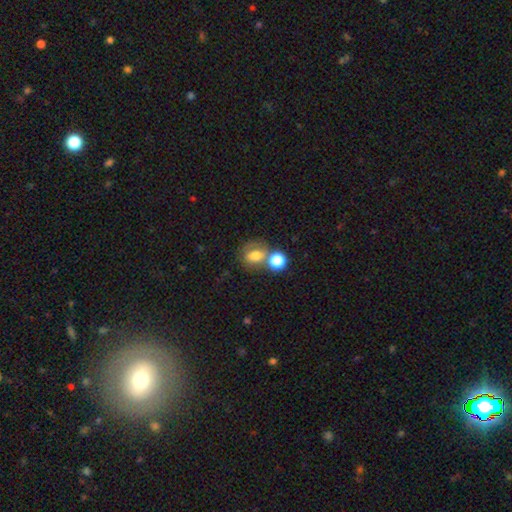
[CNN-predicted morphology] smooth-or-featured: smooth: 69% | featured or disk: 17% | star or artifact: 14%
  how-rounded: round: 51% | in between: 47% | cigar-shaped: 2%
  merging: none: 46% | merger: 32% | minor disturbance: 14% | major disturbance: 7%